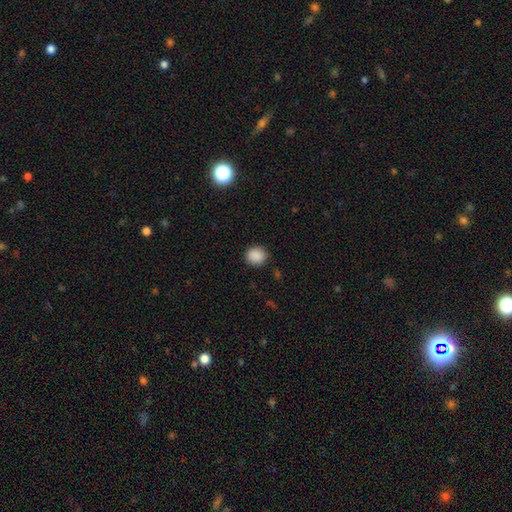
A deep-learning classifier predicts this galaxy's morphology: Q: Smooth or featured?
A: smooth (89%); runner-up: star or artifact (9%)
Q: How rounded?
A: round (85%); runner-up: in between (14%)
Q: Merging?
A: none (89%); runner-up: minor disturbance (8%)